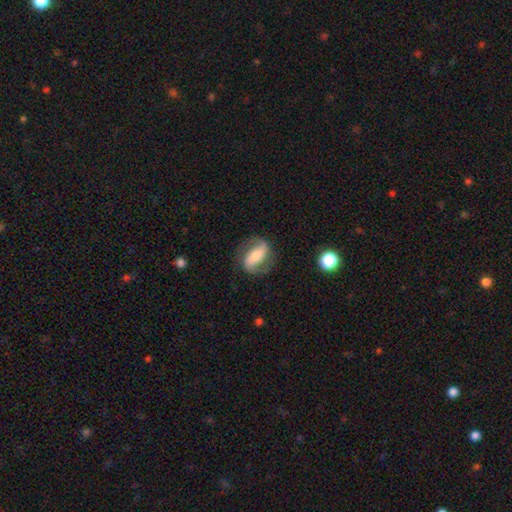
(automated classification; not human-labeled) This is likely a featured or disk galaxy (70%). It is clearly not viewed edge-on (94%). Bar: possibly strong (54%). Spiral arm pattern: clearly yes (90%). Spiral arm count: clearly 2 (90%). Spiral winding: marginally medium (42%). Central bulge: marginally moderate (41%). Merging: likely none (76%).